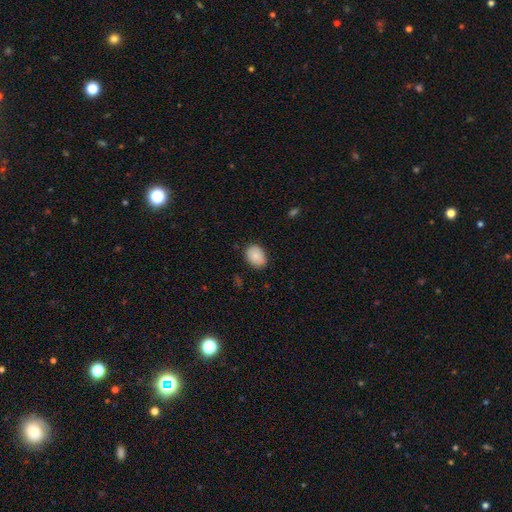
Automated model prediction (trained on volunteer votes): A smooth galaxy with no disk features (87%) that is in between round and cigar-shaped (71%). Merging: none (83%).